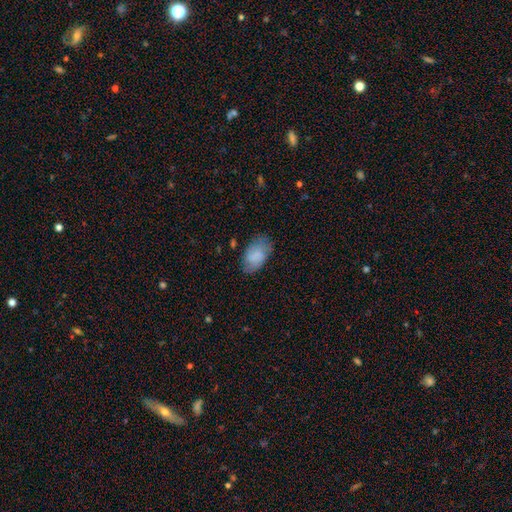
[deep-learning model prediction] Smooth or featured? Predicted: smooth (p=0.77). How rounded? Predicted: in between (p=0.93). Merging? Predicted: none (p=0.71).